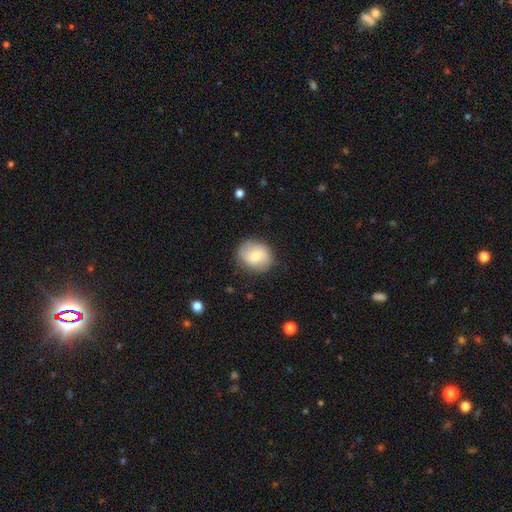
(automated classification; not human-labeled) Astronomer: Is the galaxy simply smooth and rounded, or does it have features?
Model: smooth — 70%.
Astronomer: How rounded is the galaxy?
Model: round — 71%.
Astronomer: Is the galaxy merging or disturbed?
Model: none — 81%.